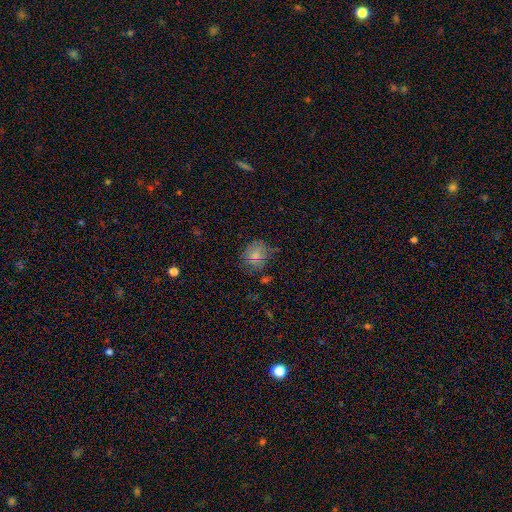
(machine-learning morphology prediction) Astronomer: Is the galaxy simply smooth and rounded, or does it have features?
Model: smooth — 75%.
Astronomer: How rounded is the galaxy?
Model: round — 73%.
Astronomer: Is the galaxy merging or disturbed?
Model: none — 67%.